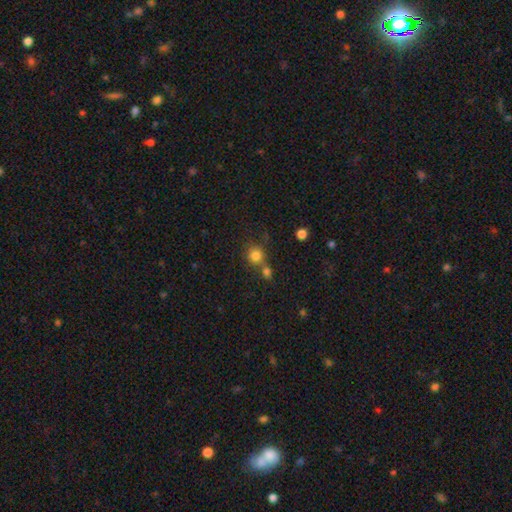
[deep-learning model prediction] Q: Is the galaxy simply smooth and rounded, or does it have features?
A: smooth — 81%.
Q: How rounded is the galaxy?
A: round — 88%.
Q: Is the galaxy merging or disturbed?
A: none — 56%.